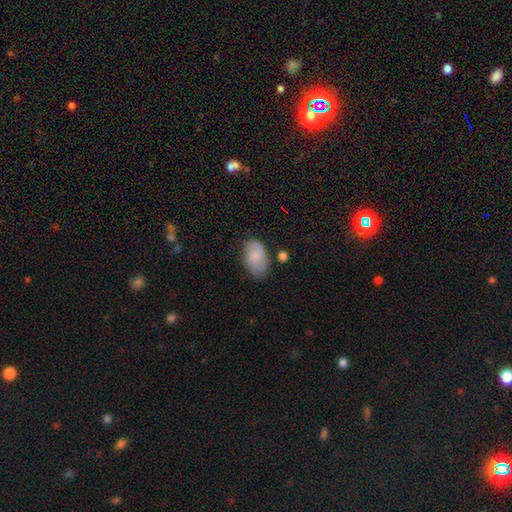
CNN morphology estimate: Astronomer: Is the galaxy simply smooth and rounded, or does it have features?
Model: smooth — 76%.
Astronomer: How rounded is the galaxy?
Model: in between — 91%.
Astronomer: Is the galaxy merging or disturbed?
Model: none — 70%.